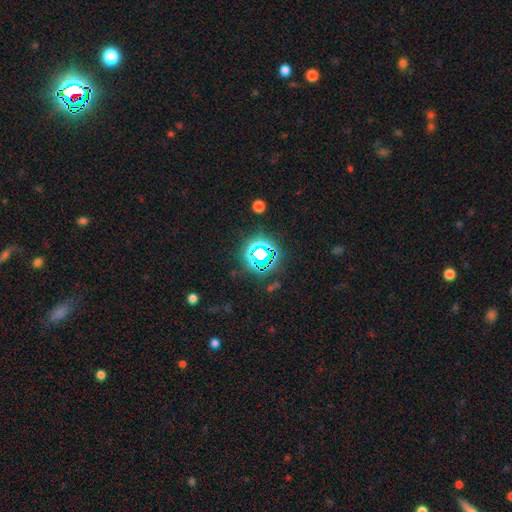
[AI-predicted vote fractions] A star or artifact, not a galaxy (76%).